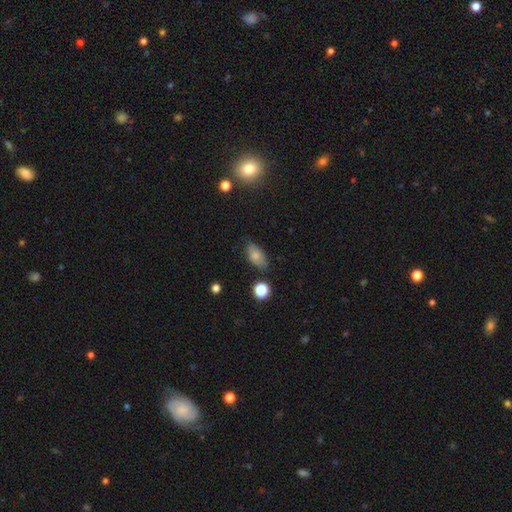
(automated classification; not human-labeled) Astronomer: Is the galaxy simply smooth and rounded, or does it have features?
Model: smooth — 76%.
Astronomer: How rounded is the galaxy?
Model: in between — 90%.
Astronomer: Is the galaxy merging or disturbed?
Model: none — 74%.